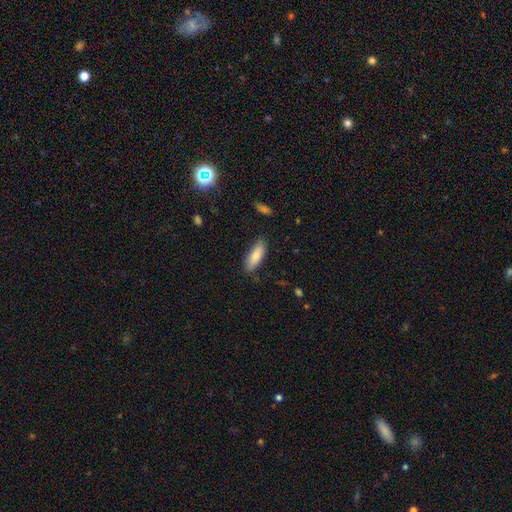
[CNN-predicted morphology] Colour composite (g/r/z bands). It shows a smooth galaxy with no disk features (79%) that is in between round and cigar-shaped (71%). Merging: none (80%).